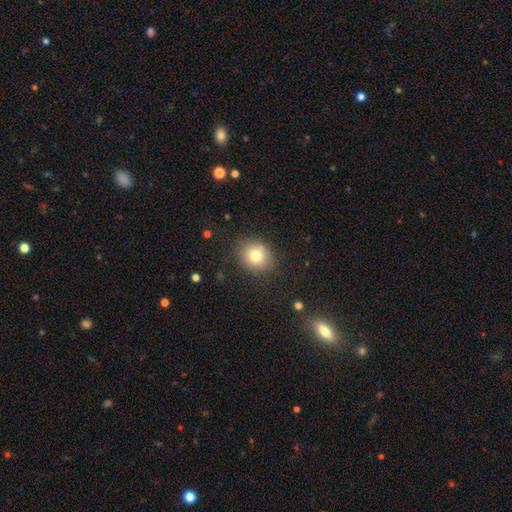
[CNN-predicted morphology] type=smooth (78%); roundness=round (75%); merging=none (84%).